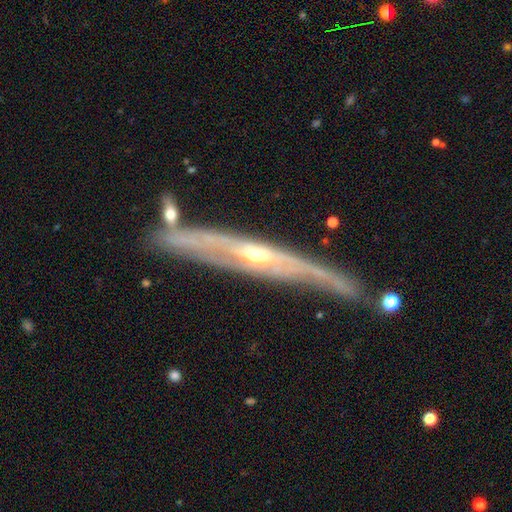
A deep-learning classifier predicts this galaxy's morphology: Smooth or featured: featured or disk — 85% (smooth — 10%)
Edge-on disk: yes — 69% (no — 31%)
Edge-on bulge: rounded — 71% (none — 26%)
Merging: none — 70% (minor disturbance — 20%)